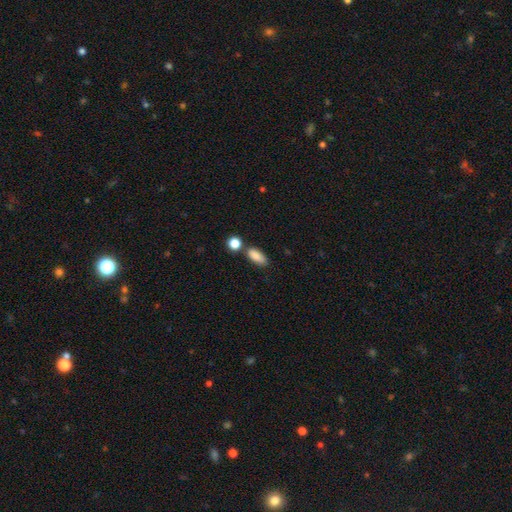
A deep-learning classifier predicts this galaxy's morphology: smooth_or_featured: smooth (p=0.86) [alt: star or artifact p=0.08]
how_rounded: in between (p=0.82) [alt: cigar-shaped p=0.12]
merging: none (p=0.67) [alt: minor disturbance p=0.16]